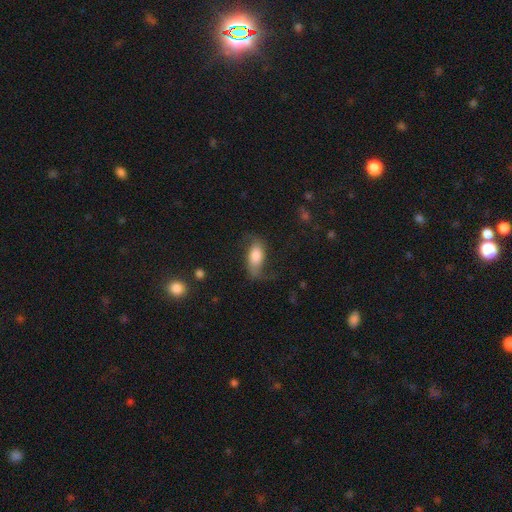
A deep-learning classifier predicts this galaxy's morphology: Q: Smooth or featured?
A: smooth (55%); runner-up: featured or disk (37%)
Q: How rounded?
A: in between (87%); runner-up: cigar-shaped (9%)
Q: Merging?
A: none (52%); runner-up: minor disturbance (25%)